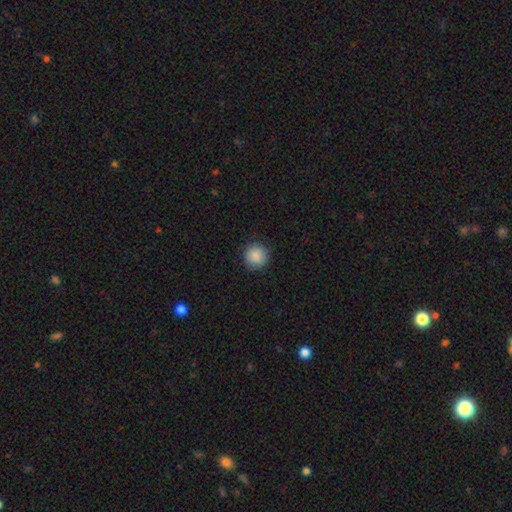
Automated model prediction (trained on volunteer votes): Smooth or featured? smooth (88%)
How rounded? round (94%)
Merging? none (88%)